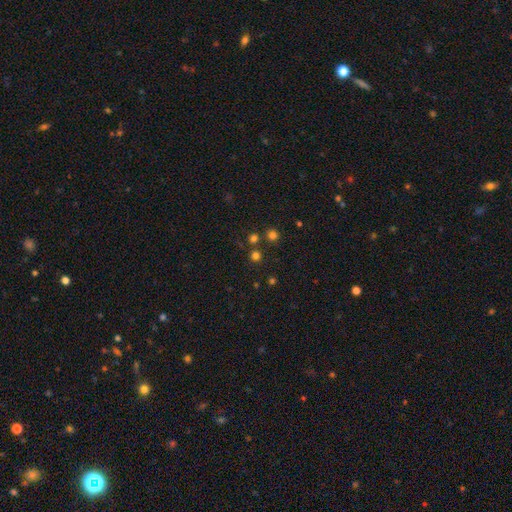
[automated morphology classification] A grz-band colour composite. It shows a smooth galaxy with no disk features (69%) that is round (93%). Merging: none (80%).